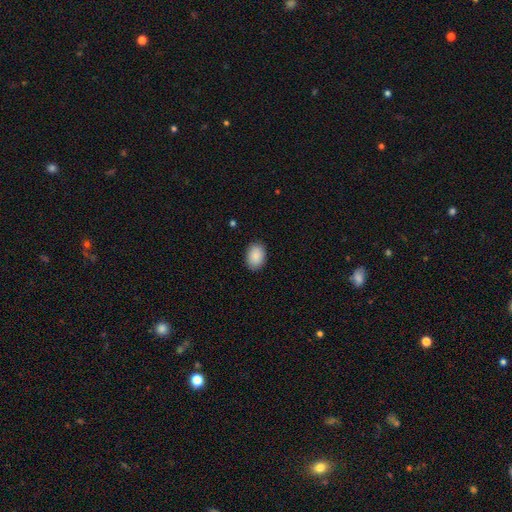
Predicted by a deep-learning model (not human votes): Smooth or featured?
  - smooth: 89% *
  - star or artifact: 7%
  - featured or disk: 4%
How rounded?
  - in between: 80% *
  - round: 19%
  - cigar-shaped: 1%
Merging?
  - none: 89% *
  - minor disturbance: 8%
  - major disturbance: 2%
  - merger: 1%